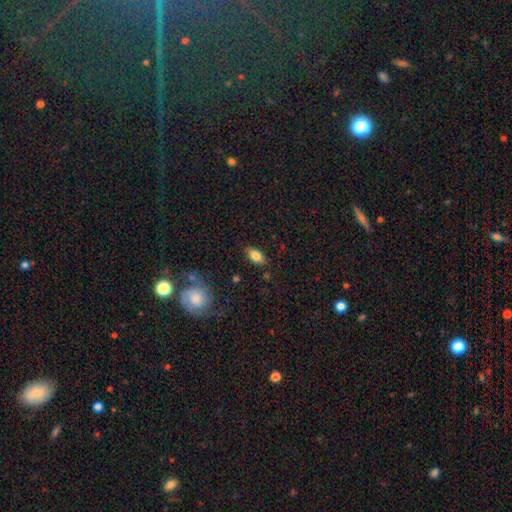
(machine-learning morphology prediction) The model was most divided on "smooth or featured": smooth: 77%, featured or disk: 15%, star or artifact: 8%. More confident: how rounded — in between (88%); merging — none (82%).